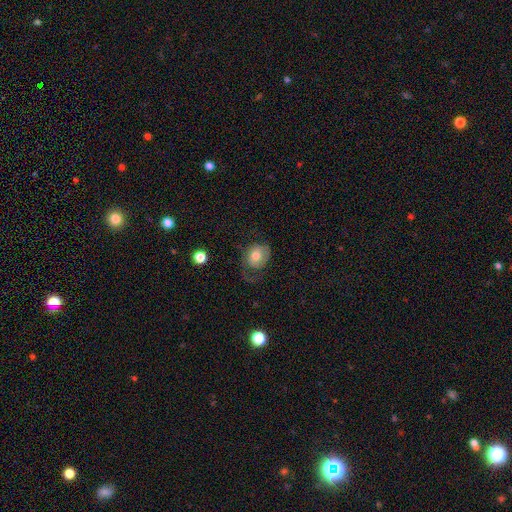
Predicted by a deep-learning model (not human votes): smooth-or-featured: smooth: 58% | featured or disk: 34% | star or artifact: 8%
  how-rounded: round: 54% | in between: 45% | cigar-shaped: 1%
  merging: none: 41% | major disturbance: 34% | minor disturbance: 24% | merger: 2%